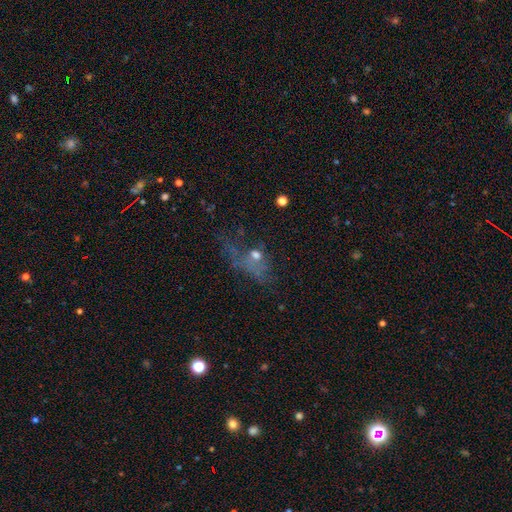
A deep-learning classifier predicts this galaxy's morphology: A smooth galaxy with no disk features (38%). Merging: major disturbance (48%).